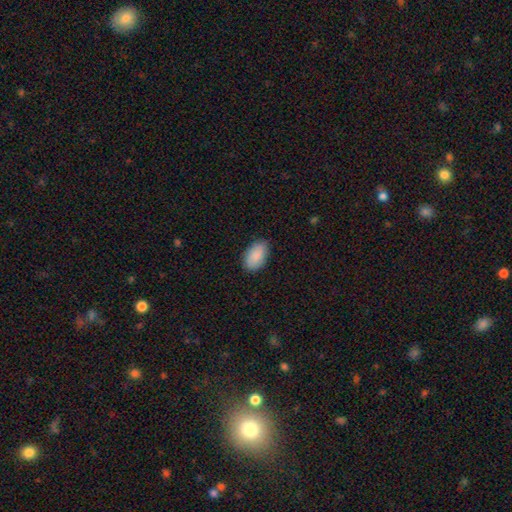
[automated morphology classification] Q: Smooth or featured?
A: smooth (89%); runner-up: star or artifact (6%)
Q: How rounded?
A: in between (94%); runner-up: round (5%)
Q: Merging?
A: none (84%); runner-up: minor disturbance (13%)